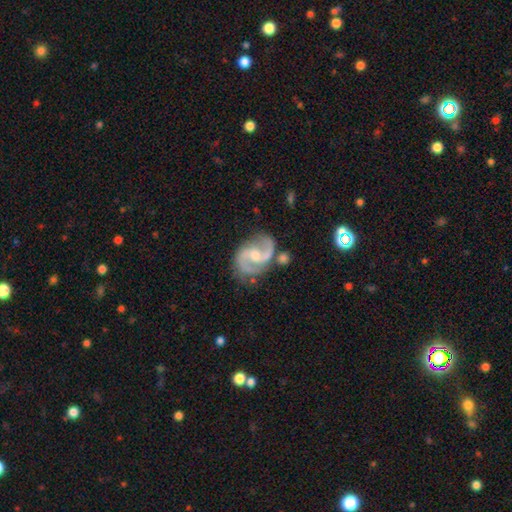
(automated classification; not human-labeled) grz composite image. It shows a featured or disk galaxy (91%) with a weak bar (48%), 2 (93%) medium (59%) spiral arms (98%) and a moderate central bulge (45%). Merging: none (69%).